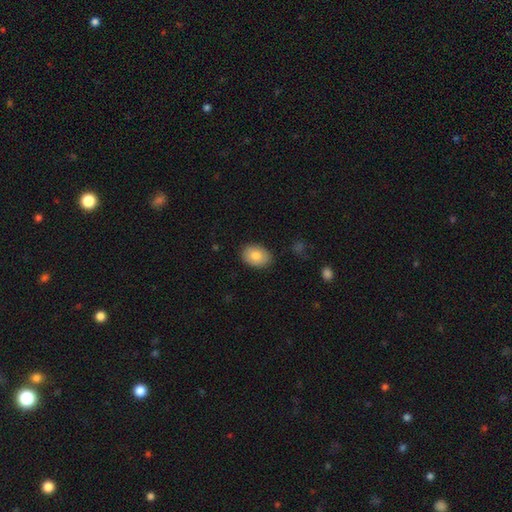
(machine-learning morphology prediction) type=smooth (80%); roundness=in between (75%); merging=none (86%).